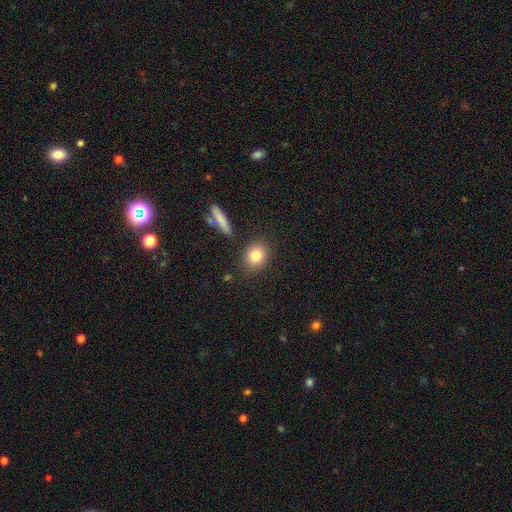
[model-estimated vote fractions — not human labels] A smooth galaxy with no disk features (82%) that is round (61%).

Vote fractions:
- Smooth or featured? smooth: 82% / star or artifact: 9% / featured or disk: 9%
- How rounded? round: 61% / in between: 37% / cigar-shaped: 2%
- Merging? none: 84% / minor disturbance: 9% / merger: 4% / major disturbance: 3%